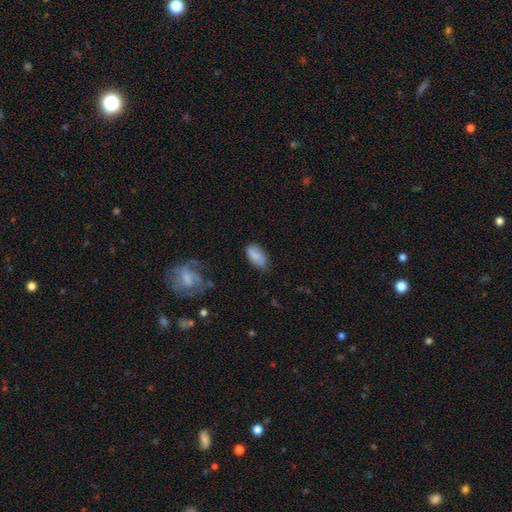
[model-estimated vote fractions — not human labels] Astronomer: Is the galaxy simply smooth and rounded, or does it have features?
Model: smooth — 79%.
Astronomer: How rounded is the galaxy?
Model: in between — 92%.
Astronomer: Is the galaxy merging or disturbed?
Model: none — 66%.